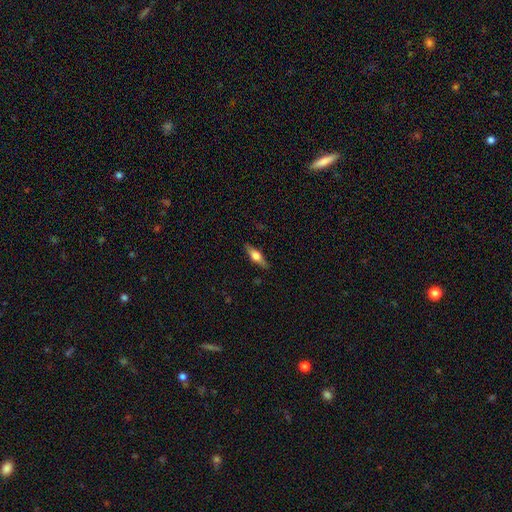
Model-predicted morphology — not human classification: Smooth or featured? Predicted: featured or disk (p=0.49). Merging? Predicted: none (p=0.86).